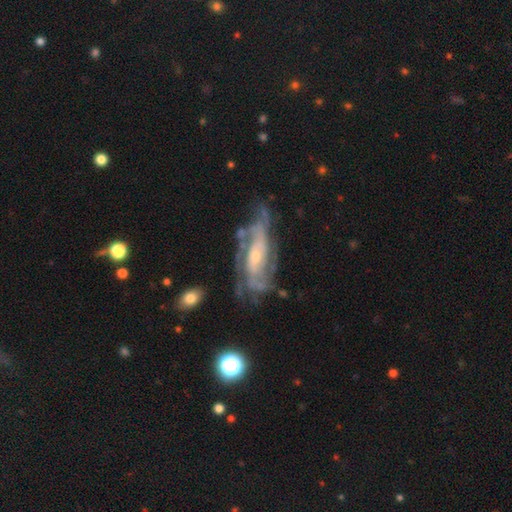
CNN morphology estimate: type=featured or disk (85%); edge-on=no (88%); bar=no (47%); spiral arms=yes (94%); winding=tight (49%); arm count=can't tell (32%); bulge=small (61%); merging=none (64%).